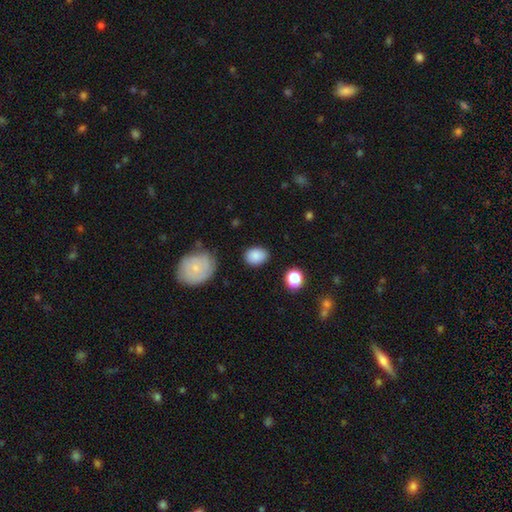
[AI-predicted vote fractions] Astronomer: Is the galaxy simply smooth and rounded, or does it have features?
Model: smooth — 84%.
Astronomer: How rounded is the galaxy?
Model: in between — 65%.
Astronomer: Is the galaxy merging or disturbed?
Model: none — 82%.